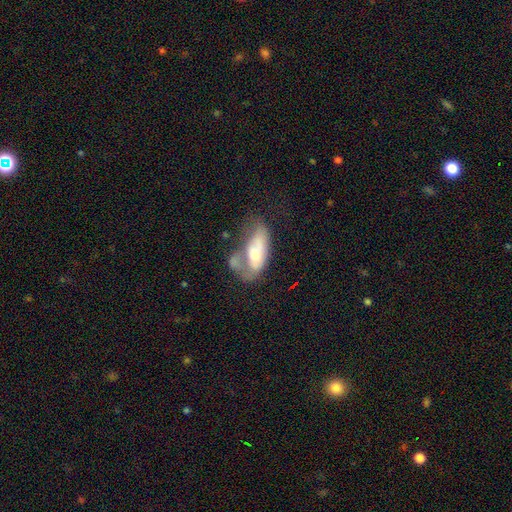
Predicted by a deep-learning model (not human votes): Morphology: type=smooth (49%); merging=merger (32%).